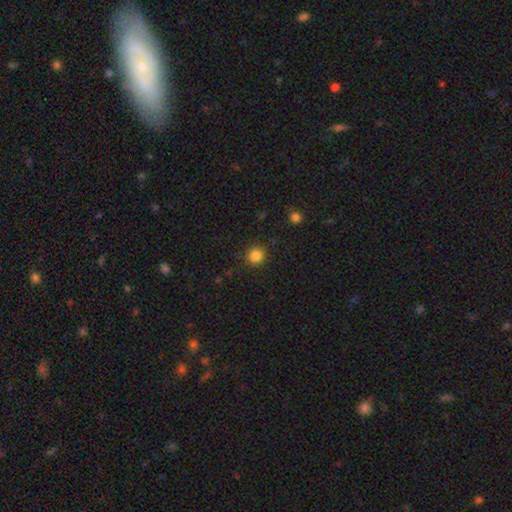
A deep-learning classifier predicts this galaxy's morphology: The model was most divided on "smooth or featured": smooth: 84%, star or artifact: 12%, featured or disk: 4%. More confident: how rounded — round (92%); merging — none (90%).